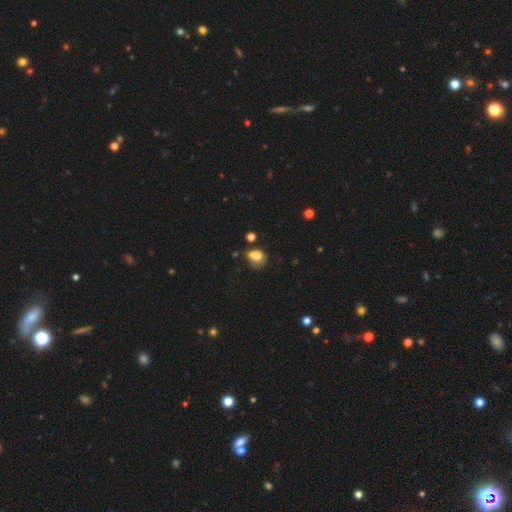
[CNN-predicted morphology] The model was most divided on "merging": none: 34%, merger: 30%, minor disturbance: 22%, major disturbance: 14%. More confident: smooth or featured — smooth (73%); how rounded — round (55%).